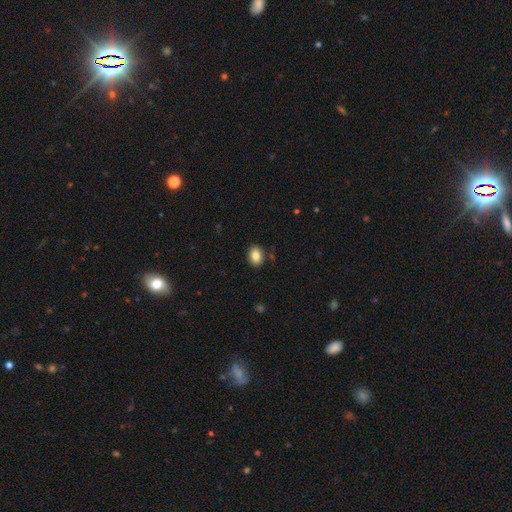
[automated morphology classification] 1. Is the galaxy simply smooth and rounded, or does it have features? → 84% smooth, 9% star or artifact, 7% featured or disk.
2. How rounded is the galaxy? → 74% in between, 25% round, 1% cigar-shaped.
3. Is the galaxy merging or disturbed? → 87% none, 9% minor disturbance, 2% major disturbance, 2% merger.